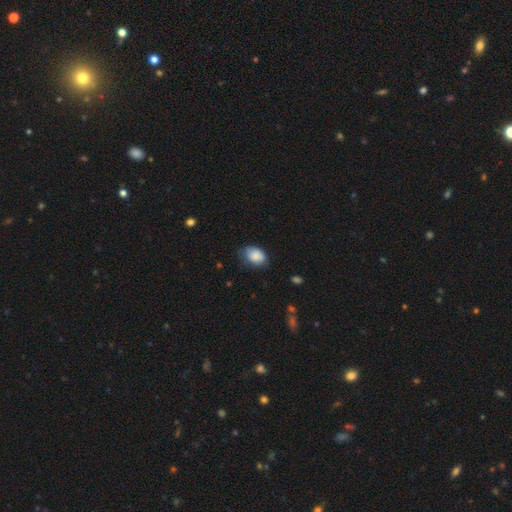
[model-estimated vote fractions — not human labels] Smooth or featured? Predicted: smooth (p=0.85). How rounded? Predicted: in between (p=0.80). Merging? Predicted: none (p=0.60).